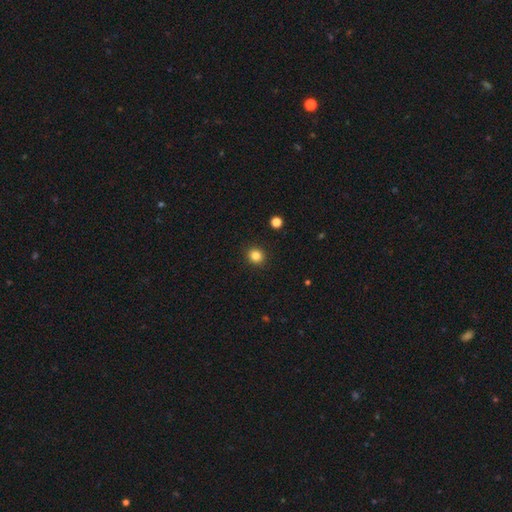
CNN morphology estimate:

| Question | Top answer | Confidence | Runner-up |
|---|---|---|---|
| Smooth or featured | smooth | 84% | star or artifact (11%) |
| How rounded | round | 85% | in between (14%) |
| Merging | none | 92% | minor disturbance (5%) |